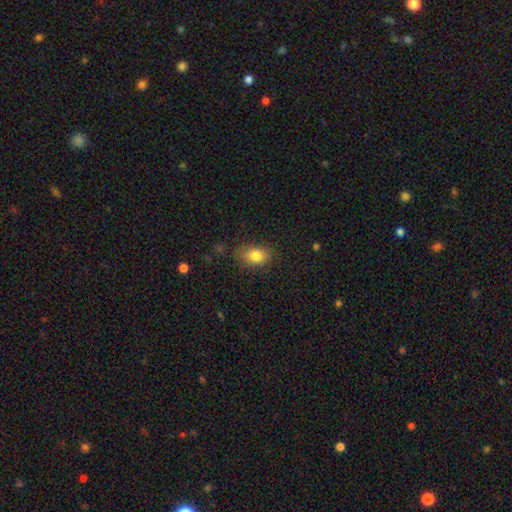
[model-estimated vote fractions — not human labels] Smooth or featured: smooth — 84% (star or artifact — 9%)
How rounded: in between — 80% (round — 18%)
Merging: none — 74% (minor disturbance — 19%)